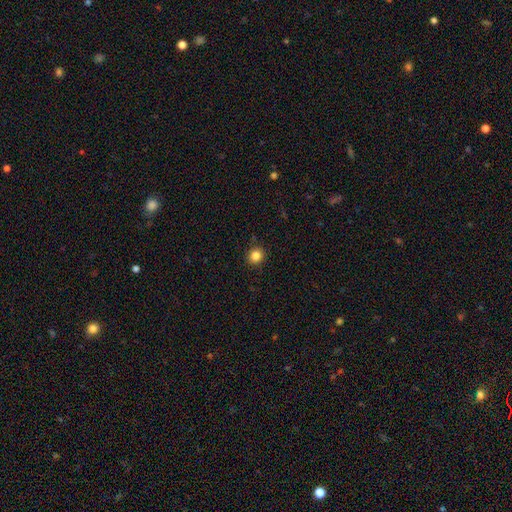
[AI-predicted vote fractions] This appears to be a smooth galaxy with no disk features (84%) that is round (88%). Merging: none (91%).